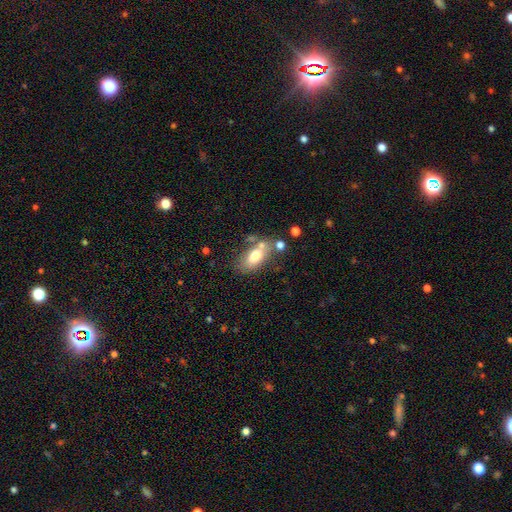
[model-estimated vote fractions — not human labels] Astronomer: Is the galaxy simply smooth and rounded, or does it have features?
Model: smooth — 66%.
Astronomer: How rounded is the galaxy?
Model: in between — 86%.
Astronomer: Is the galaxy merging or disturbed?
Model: none — 52%.